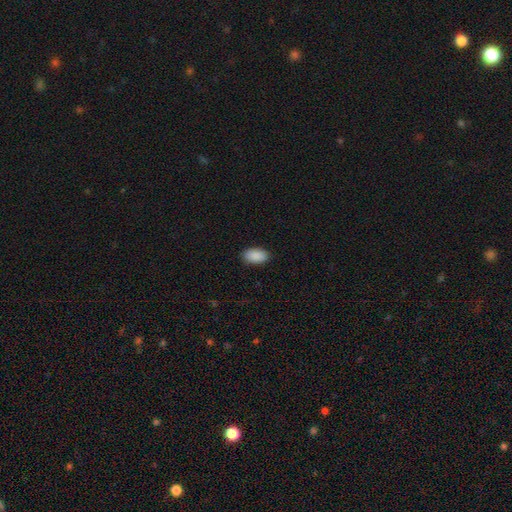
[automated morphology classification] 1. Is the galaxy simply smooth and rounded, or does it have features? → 91% smooth, 7% star or artifact, 3% featured or disk.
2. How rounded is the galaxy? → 95% in between, 3% round, 2% cigar-shaped.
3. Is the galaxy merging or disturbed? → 89% none, 8% minor disturbance, 2% major disturbance, 1% merger.